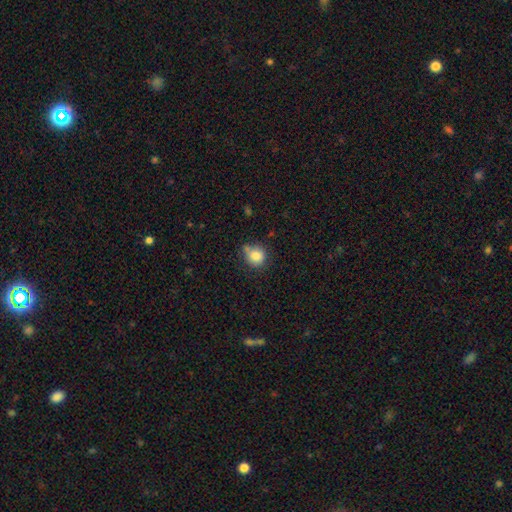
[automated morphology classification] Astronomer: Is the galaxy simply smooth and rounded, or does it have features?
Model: smooth — 83%.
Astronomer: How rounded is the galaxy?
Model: round — 84%.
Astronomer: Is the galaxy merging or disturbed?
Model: none — 62%.